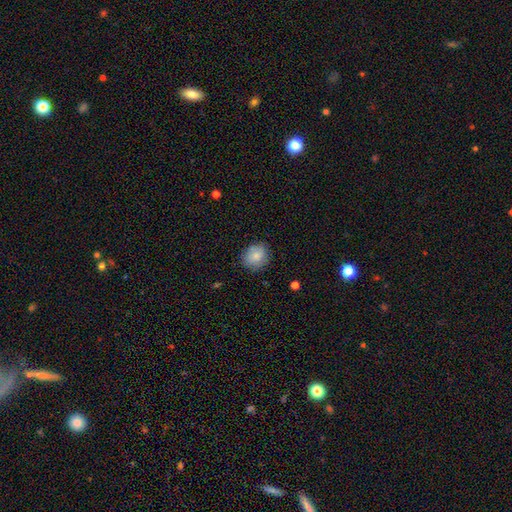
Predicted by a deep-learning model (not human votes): Overall: smooth (82%). How rounded: round (72%). Merging: none (80%).